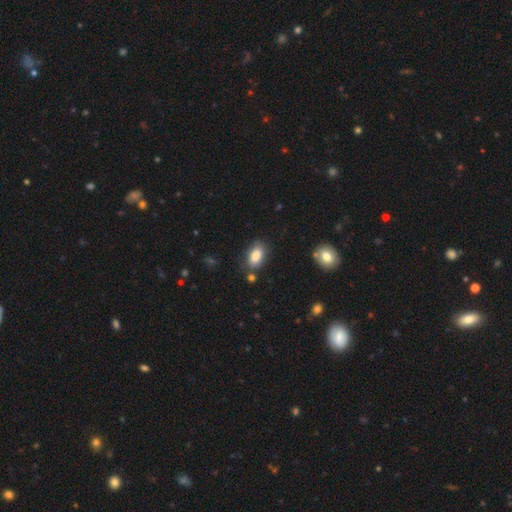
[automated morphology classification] A smooth galaxy with no disk features (84%) that is in between round and cigar-shaped (91%). Merging: none (79%).